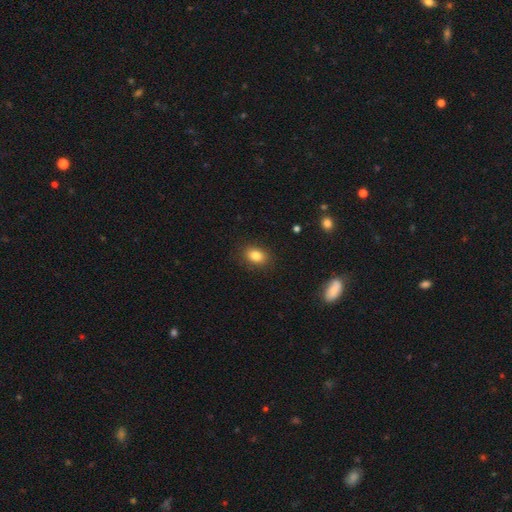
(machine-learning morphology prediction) Smooth or featured? Predicted: smooth (p=0.84). How rounded? Predicted: in between (p=0.72). Merging? Predicted: none (p=0.87).